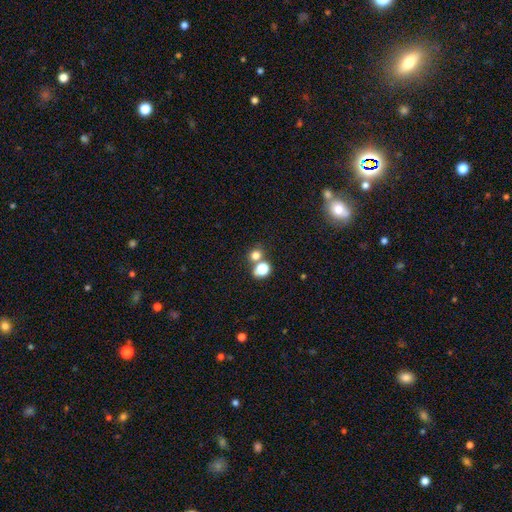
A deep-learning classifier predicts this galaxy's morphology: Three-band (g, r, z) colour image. It shows a smooth galaxy with no disk features (72%) that is round (84%). Merging: none (59%).